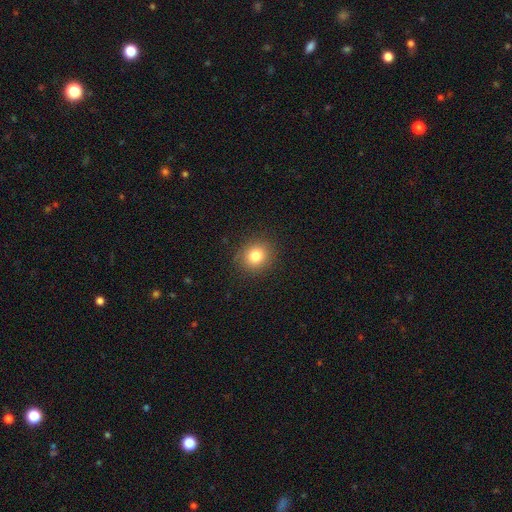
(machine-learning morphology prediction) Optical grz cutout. It shows a smooth galaxy with no disk features (81%) that is round (82%). Merging: none (89%).